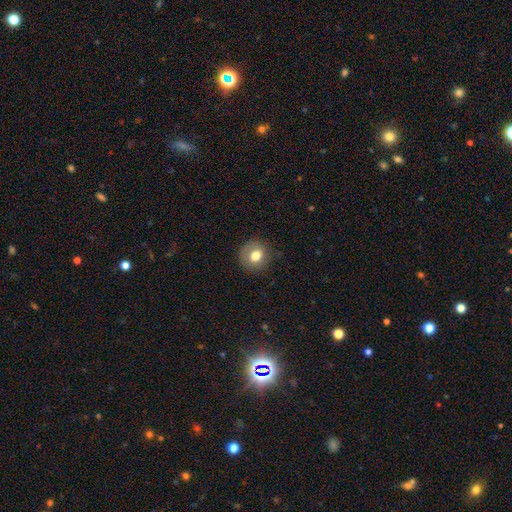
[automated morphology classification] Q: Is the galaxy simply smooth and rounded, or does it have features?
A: smooth — 75%.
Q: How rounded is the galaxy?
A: round — 84%.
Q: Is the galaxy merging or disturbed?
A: none — 78%.